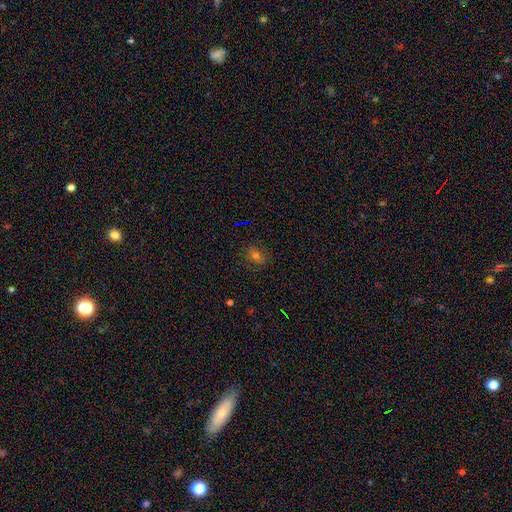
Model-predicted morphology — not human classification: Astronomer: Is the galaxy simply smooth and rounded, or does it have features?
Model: smooth — 58%.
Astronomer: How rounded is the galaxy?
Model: round — 52% (runner-up: in between, 47%).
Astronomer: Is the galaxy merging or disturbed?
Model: none — 79%.